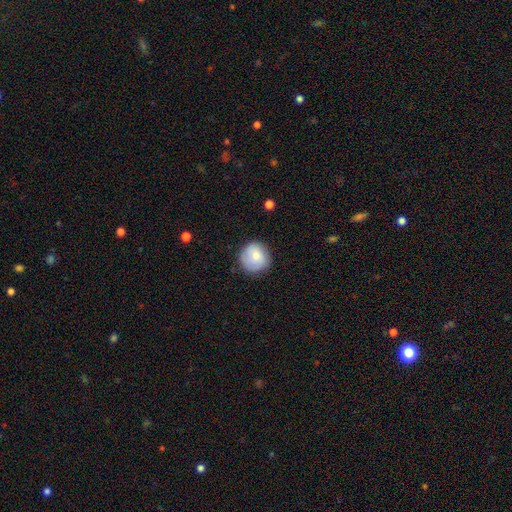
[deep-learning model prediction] Smooth or featured? smooth (75%)
How rounded? round (92%)
Merging? none (82%)